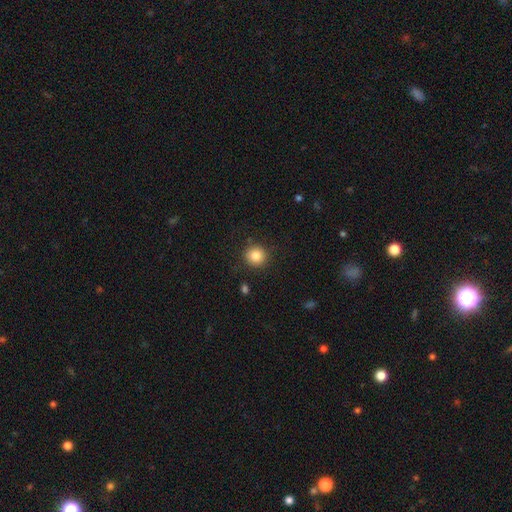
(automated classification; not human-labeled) A smooth galaxy with no disk features (83%) that is round (92%). Merging: none (89%).